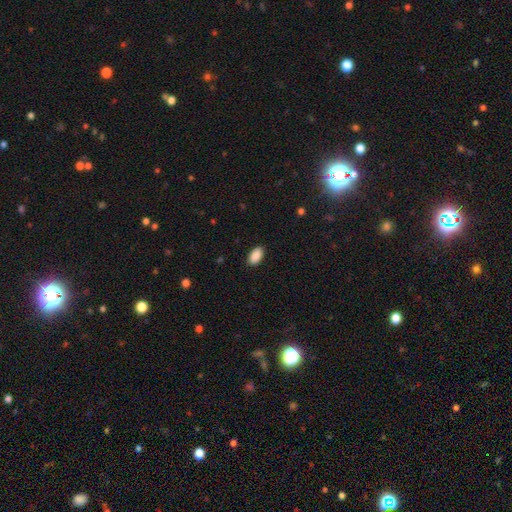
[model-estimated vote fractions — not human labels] Q: Smooth or featured?
A: smooth (90%); runner-up: star or artifact (7%)
Q: How rounded?
A: in between (95%); runner-up: round (3%)
Q: Merging?
A: none (89%); runner-up: minor disturbance (8%)